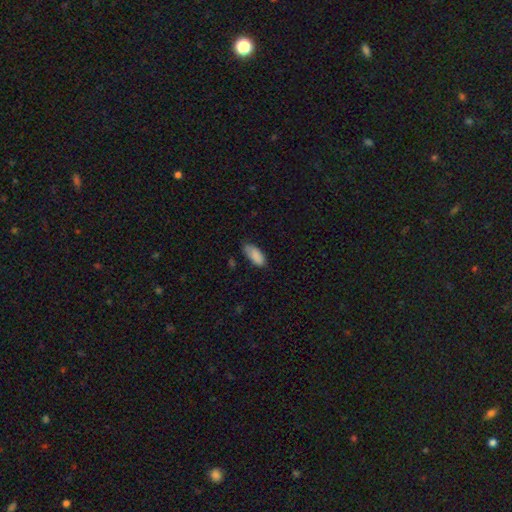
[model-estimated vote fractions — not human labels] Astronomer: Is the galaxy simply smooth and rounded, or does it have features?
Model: smooth — 87%.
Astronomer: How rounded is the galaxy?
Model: in between — 88%.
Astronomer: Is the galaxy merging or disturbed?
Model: none — 63%.